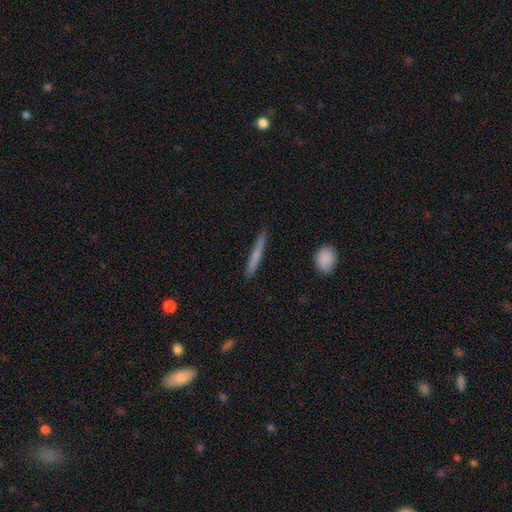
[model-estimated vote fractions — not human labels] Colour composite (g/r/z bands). It shows a smooth galaxy with no disk features (69%) that is cigar-shaped (95%). Merging: none (87%).